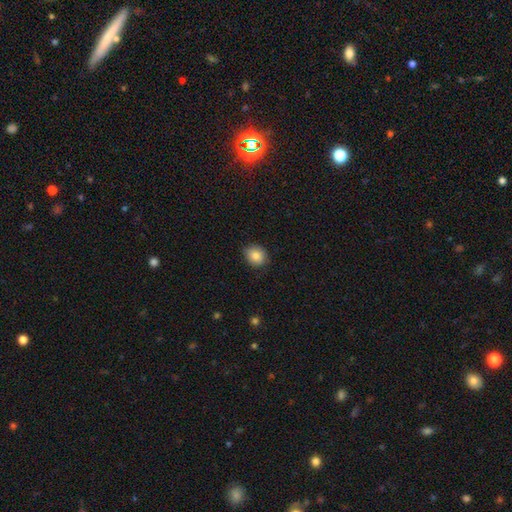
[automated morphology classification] smooth-or-featured: smooth: 84% | star or artifact: 9% | featured or disk: 7%
  how-rounded: round: 61% | in between: 38% | cigar-shaped: 1%
  merging: none: 82% | minor disturbance: 14% | major disturbance: 2% | merger: 1%